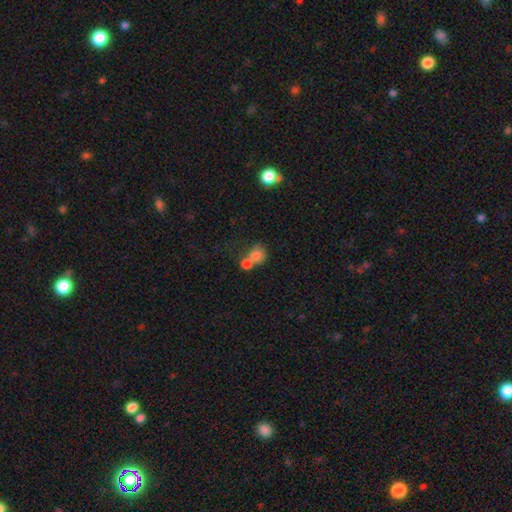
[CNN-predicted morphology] This appears to be a smooth galaxy with no disk features (78%) that is round (73%). Merging: merger (53%).